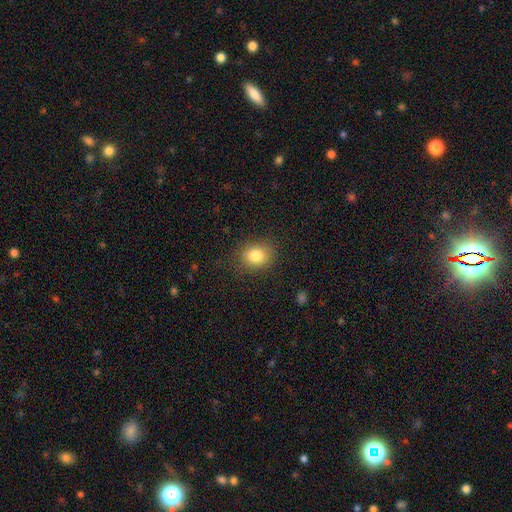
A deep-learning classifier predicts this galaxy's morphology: smooth-or-featured: smooth: 82% | star or artifact: 11% | featured or disk: 7%
  how-rounded: round: 59% | in between: 40% | cigar-shaped: 1%
  merging: none: 84% | minor disturbance: 11% | major disturbance: 4% | merger: 1%